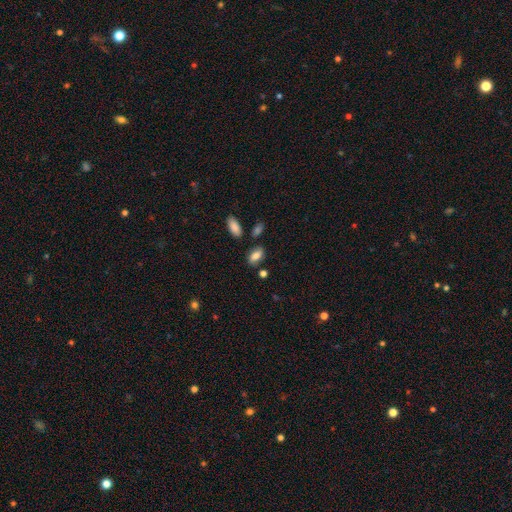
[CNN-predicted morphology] Smooth or featured?
  - smooth: 80% *
  - featured or disk: 12%
  - star or artifact: 9%
How rounded?
  - in between: 89% *
  - round: 7%
  - cigar-shaped: 4%
Merging?
  - none: 73% *
  - minor disturbance: 15%
  - merger: 8%
  - major disturbance: 4%